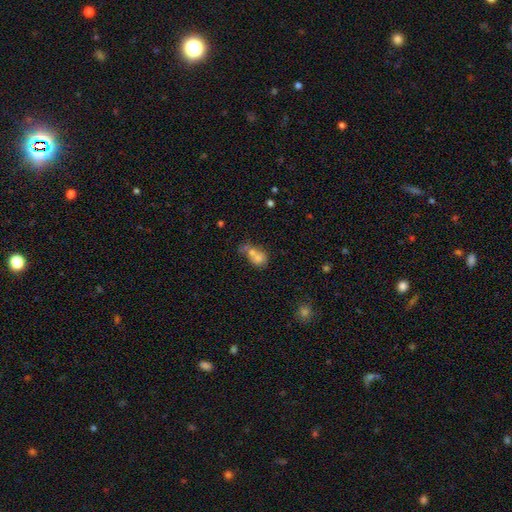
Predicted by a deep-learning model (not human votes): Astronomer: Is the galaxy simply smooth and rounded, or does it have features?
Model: smooth — 69%.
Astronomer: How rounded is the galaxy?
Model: in between — 51% (runner-up: round, 47%).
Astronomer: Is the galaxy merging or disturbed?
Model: merger — 60%.